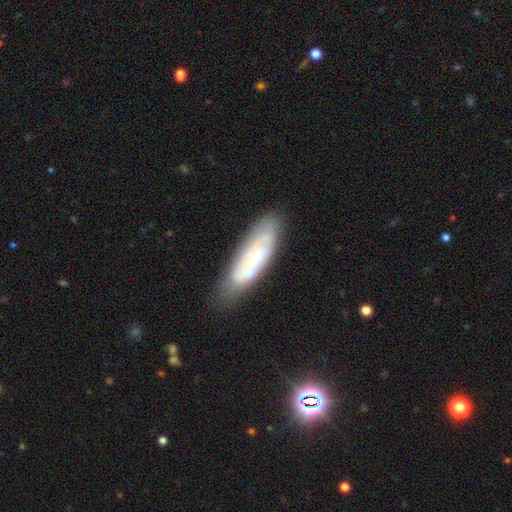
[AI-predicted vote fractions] smooth_or_featured: featured or disk (p=0.53) [alt: smooth p=0.39]
disk_edge_on: no (p=0.77) [alt: yes p=0.23]
merging: none (p=0.75) [alt: minor disturbance p=0.18]